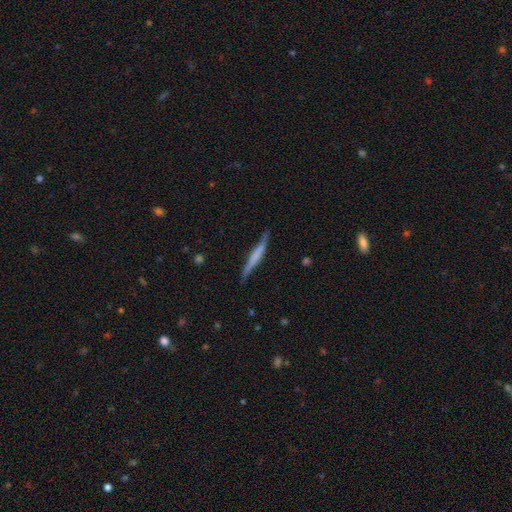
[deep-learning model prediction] Smooth or featured?
  - featured or disk: 50% *
  - smooth: 45%
  - star or artifact: 6%
Merging?
  - none: 83% *
  - minor disturbance: 13%
  - major disturbance: 2%
  - merger: 2%